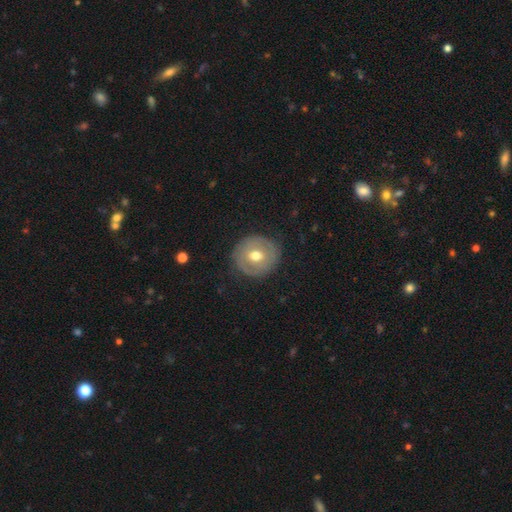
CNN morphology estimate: Smooth or featured: smooth — 50% (featured or disk — 43%)
Merging: none — 85% (minor disturbance — 11%)